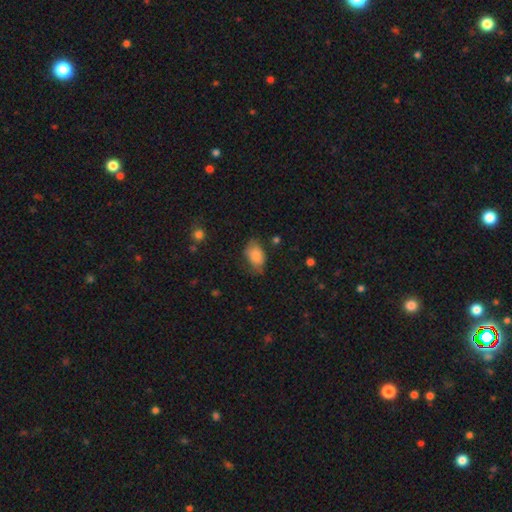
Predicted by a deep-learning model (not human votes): Smooth or featured: smooth — 83% (featured or disk — 10%)
How rounded: in between — 86% (round — 12%)
Merging: none — 60% (minor disturbance — 29%)